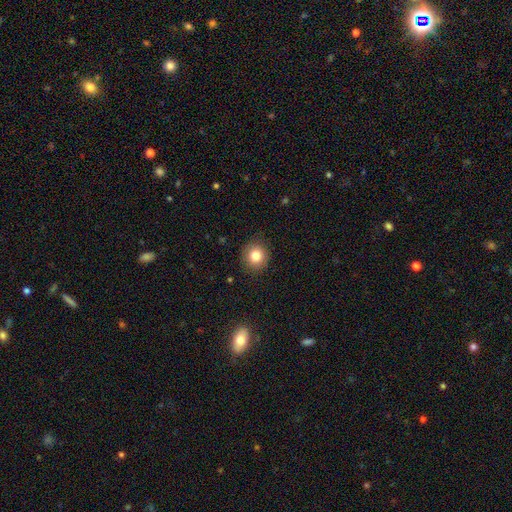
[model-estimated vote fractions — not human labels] Smooth or featured: smooth — 82% (star or artifact — 10%)
How rounded: round — 86% (in between — 13%)
Merging: none — 87% (minor disturbance — 9%)